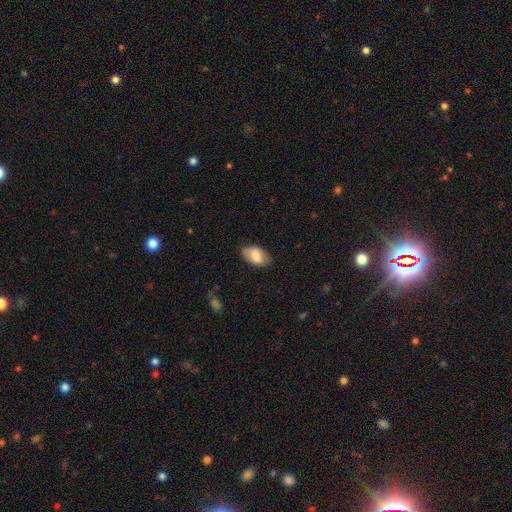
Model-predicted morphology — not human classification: smooth_or_featured: smooth (p=0.75) [alt: featured or disk p=0.18]
how_rounded: in between (p=0.93) [alt: round p=0.05]
merging: none (p=0.80) [alt: minor disturbance p=0.15]